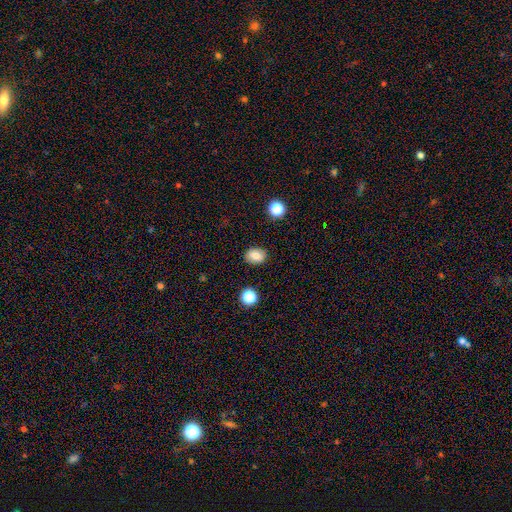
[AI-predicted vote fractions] Smooth or featured? smooth (81%)
How rounded? in between (60%)
Merging? none (87%)